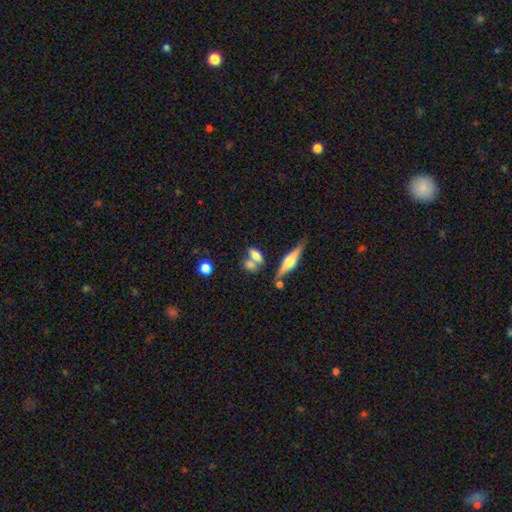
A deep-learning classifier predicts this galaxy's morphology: Smooth or featured? smooth (64%)
How rounded? in between (69%)
Merging? none (48%)